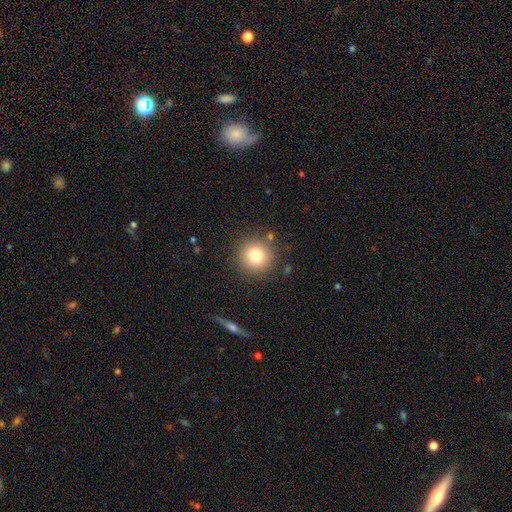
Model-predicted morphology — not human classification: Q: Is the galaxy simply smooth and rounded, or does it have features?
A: smooth — 80%.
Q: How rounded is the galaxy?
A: round — 94%.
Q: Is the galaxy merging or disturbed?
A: none — 86%.